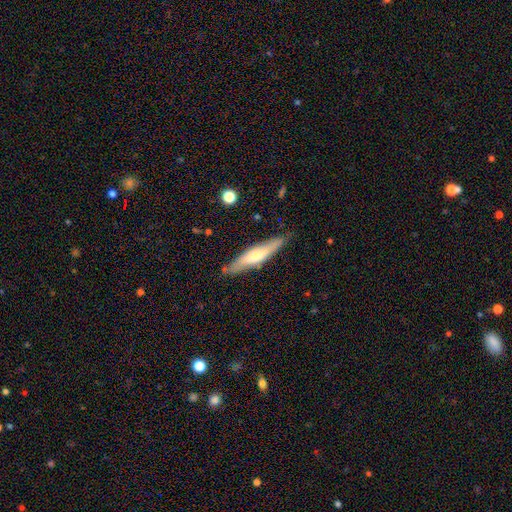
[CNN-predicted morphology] This appears to be a smooth galaxy with no disk features (54%) that is cigar-shaped (82%). Merging: none (83%).